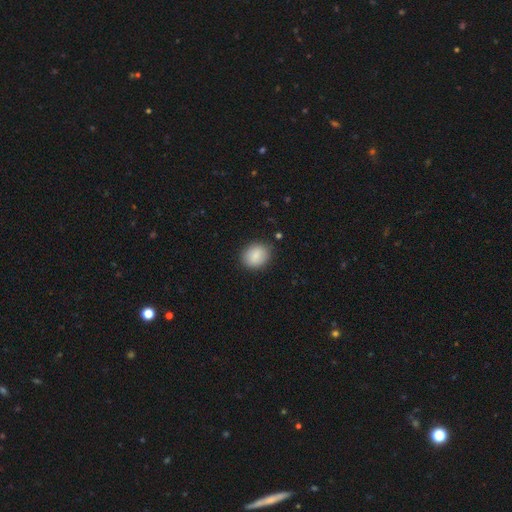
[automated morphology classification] A smooth galaxy with no disk features (87%) that is round (55%).

Vote fractions:
- Smooth or featured? smooth: 87% / star or artifact: 7% / featured or disk: 5%
- How rounded? round: 55% / in between: 44% / cigar-shaped: 1%
- Merging? none: 85% / minor disturbance: 11% / major disturbance: 3% / merger: 1%